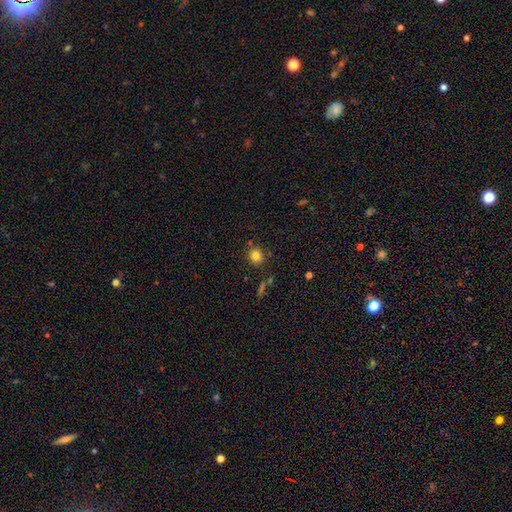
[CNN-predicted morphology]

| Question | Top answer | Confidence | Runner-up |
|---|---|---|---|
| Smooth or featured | smooth | 81% | star or artifact (12%) |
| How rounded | round | 83% | in between (16%) |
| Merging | none | 82% | minor disturbance (10%) |